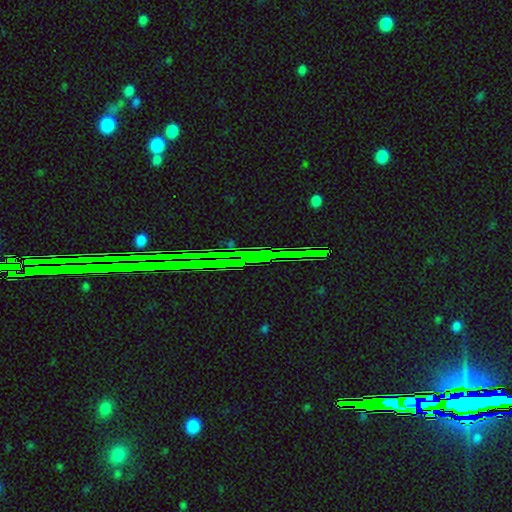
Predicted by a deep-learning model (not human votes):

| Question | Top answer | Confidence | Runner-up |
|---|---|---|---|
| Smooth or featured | star or artifact | 74% | smooth (13%) |